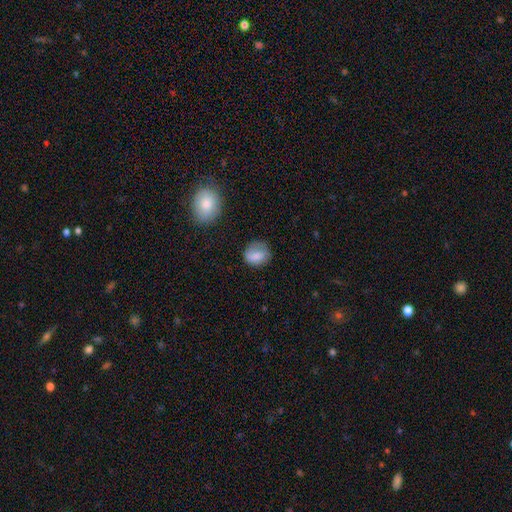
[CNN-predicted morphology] smooth-or-featured: smooth: 77% | featured or disk: 14% | star or artifact: 8%
  how-rounded: round: 64% | in between: 35% | cigar-shaped: 1%
  merging: none: 66% | minor disturbance: 23% | major disturbance: 9% | merger: 2%